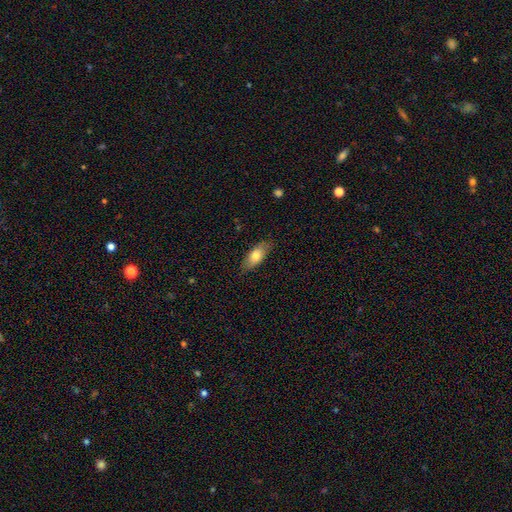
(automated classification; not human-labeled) A smooth galaxy with no disk features (73%) that is in between round and cigar-shaped (82%).

Vote fractions:
- Smooth or featured? smooth: 73% / featured or disk: 21% / star or artifact: 6%
- How rounded? in between: 82% / cigar-shaped: 15% / round: 3%
- Merging? none: 81% / minor disturbance: 15% / major disturbance: 3% / merger: 1%